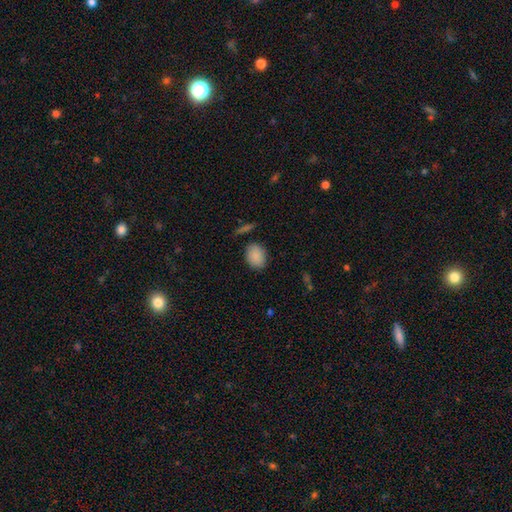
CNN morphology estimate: Smooth or featured: smooth — 89% (star or artifact — 7%)
How rounded: in between — 63% (round — 36%)
Merging: none — 82% (minor disturbance — 13%)